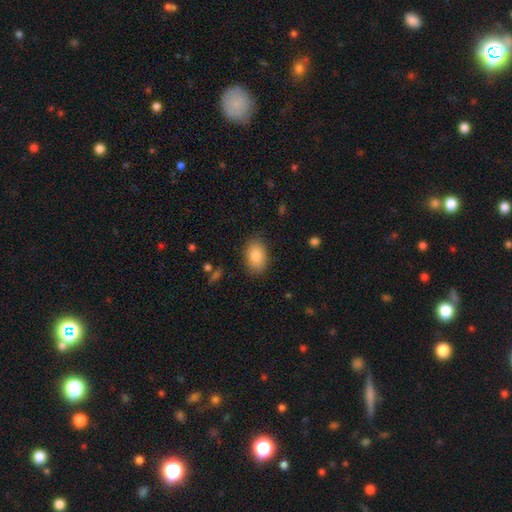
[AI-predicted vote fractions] Smooth or featured?
  - smooth: 85% *
  - featured or disk: 7%
  - star or artifact: 7%
How rounded?
  - in between: 86% *
  - round: 12%
  - cigar-shaped: 1%
Merging?
  - none: 85% *
  - minor disturbance: 11%
  - major disturbance: 3%
  - merger: 1%